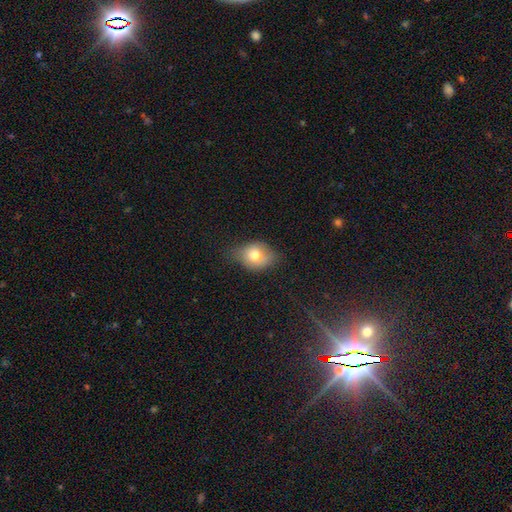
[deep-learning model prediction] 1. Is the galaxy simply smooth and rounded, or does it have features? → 73% smooth, 17% featured or disk, 10% star or artifact.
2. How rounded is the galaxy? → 56% in between, 43% round, 1% cigar-shaped.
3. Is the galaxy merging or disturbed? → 56% none, 34% minor disturbance, 9% major disturbance, 1% merger.